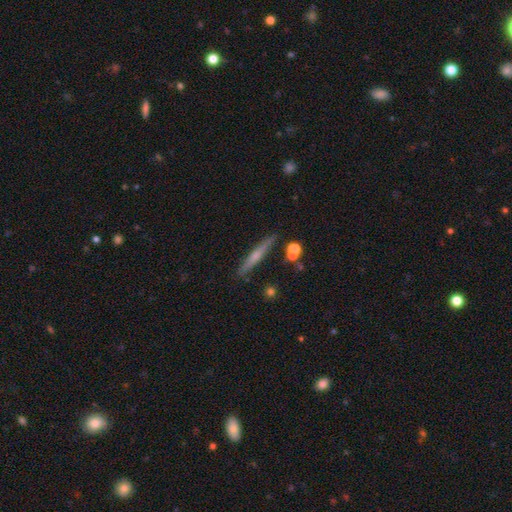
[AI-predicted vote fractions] The model was most divided on "smooth or featured": featured or disk: 54%, smooth: 39%, star or artifact: 8%. More confident: edge-on disk — yes (96%); merging — none (86%); edge-on bulge — rounded (55%).